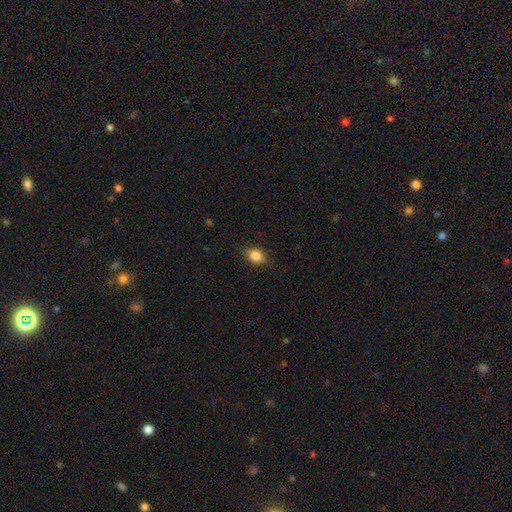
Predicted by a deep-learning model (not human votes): Morphology: type=smooth (84%); roundness=in between (65%); merging=none (82%).